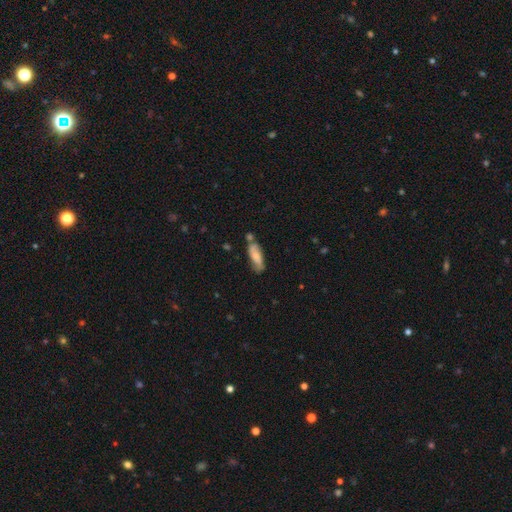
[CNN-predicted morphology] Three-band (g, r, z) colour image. It shows a smooth galaxy with no disk features (56%) that is in between round and cigar-shaped (65%). Merging: none (62%).